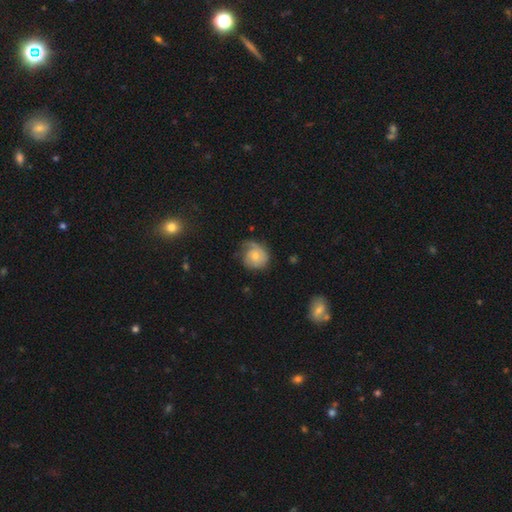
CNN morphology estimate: This is possibly a featured or disk galaxy (54%). It is clearly not viewed edge-on (97%). Bar: likely no (79%). Spiral arm pattern: clearly yes (84%). Central bulge: possibly small (47%). Merging: possibly none (52%).